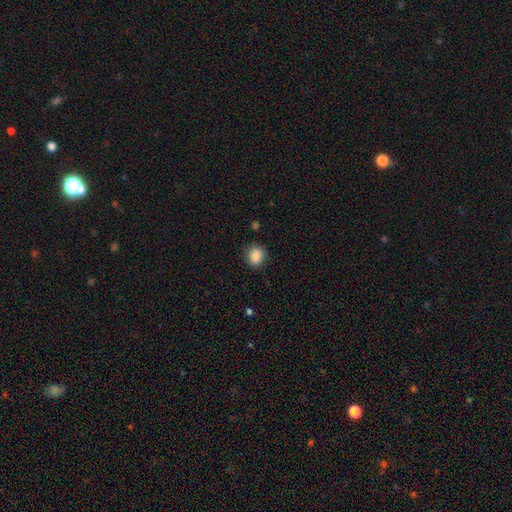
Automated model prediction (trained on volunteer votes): Smooth or featured? smooth (87%)
How rounded? round (69%)
Merging? none (84%)